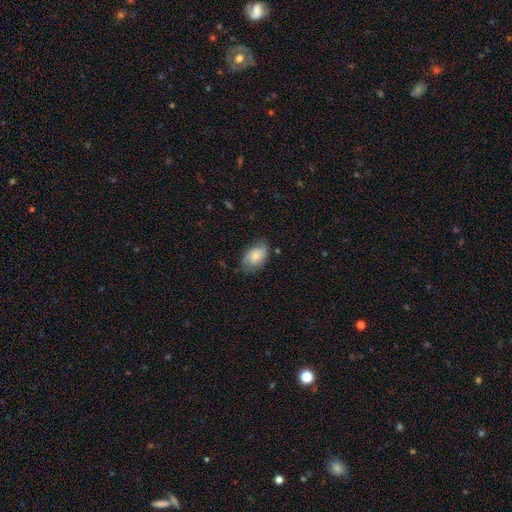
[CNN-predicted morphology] type=smooth (72%); roundness=in between (90%); merging=none (64%).